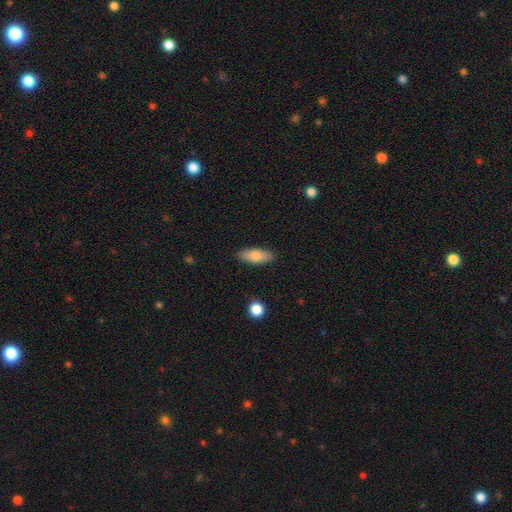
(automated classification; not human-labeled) A smooth galaxy with no disk features (77%) that is in between round and cigar-shaped (75%).

Vote fractions:
- Smooth or featured? smooth: 77% / featured or disk: 17% / star or artifact: 6%
- How rounded? in between: 75% / cigar-shaped: 23% / round: 3%
- Merging? none: 88% / minor disturbance: 9% / major disturbance: 2% / merger: 1%